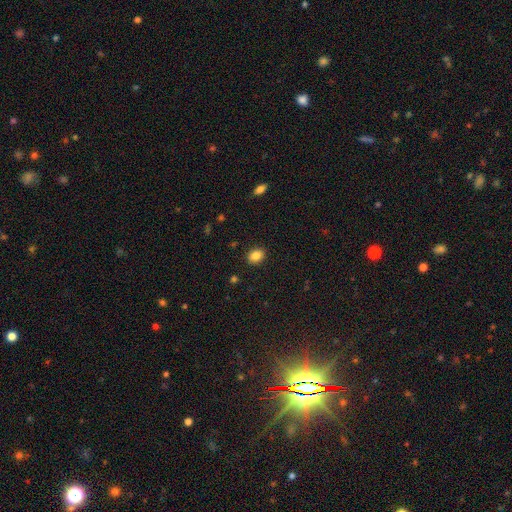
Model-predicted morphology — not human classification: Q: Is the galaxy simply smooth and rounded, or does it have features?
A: smooth — 86%.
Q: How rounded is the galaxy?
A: in between — 65%.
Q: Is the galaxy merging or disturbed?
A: none — 89%.